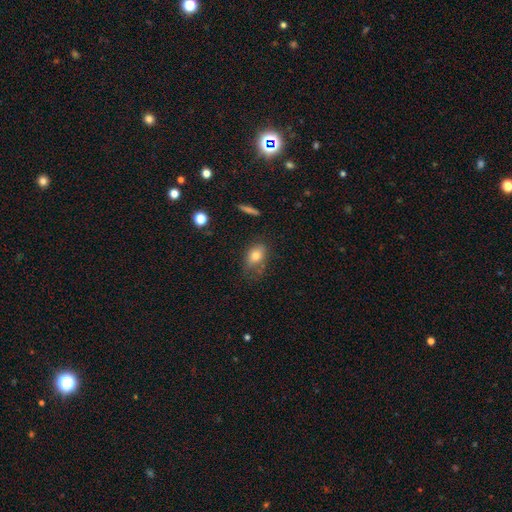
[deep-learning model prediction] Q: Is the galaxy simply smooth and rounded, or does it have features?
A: smooth — 77%.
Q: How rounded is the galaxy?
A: in between — 81%.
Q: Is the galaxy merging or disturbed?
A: none — 55%.